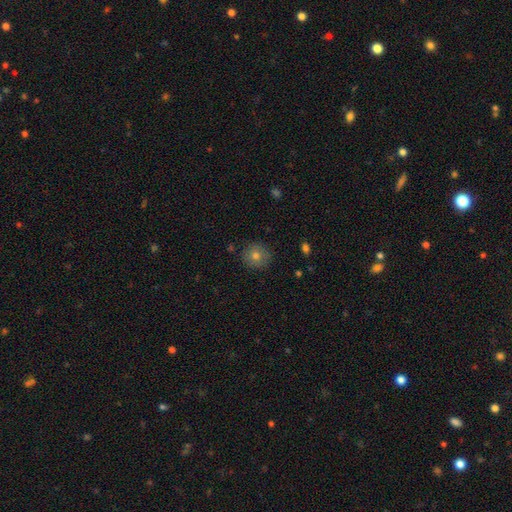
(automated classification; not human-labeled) This is likely a smooth galaxy (75%). How rounded: clearly round (91%). Merging: clearly none (88%).